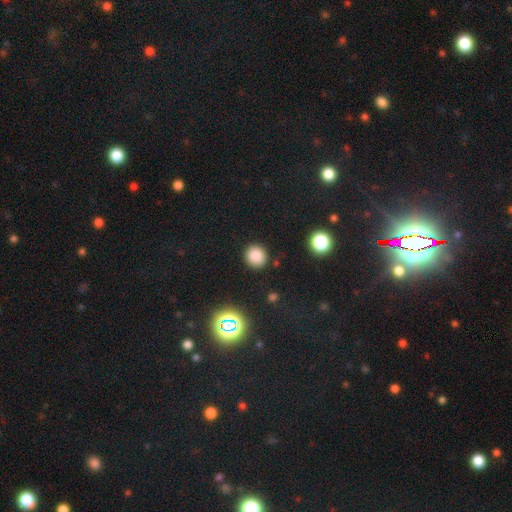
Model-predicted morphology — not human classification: smooth_or_featured: smooth (p=0.83) [alt: star or artifact p=0.13]
how_rounded: round (p=0.88) [alt: in between p=0.11]
merging: none (p=0.89) [alt: minor disturbance p=0.07]